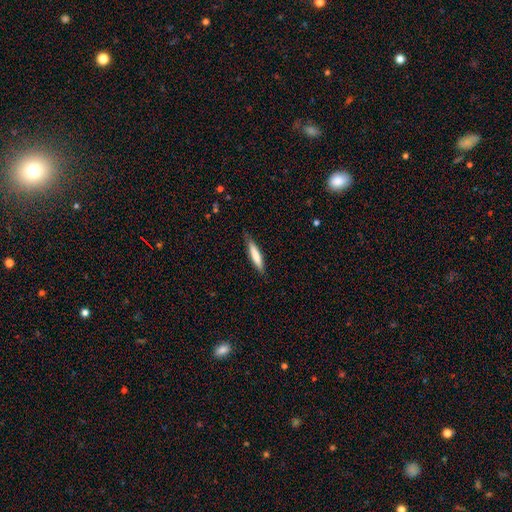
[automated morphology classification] A smooth galaxy with no disk features (74%) that is cigar-shaped (86%). Merging: none (83%).